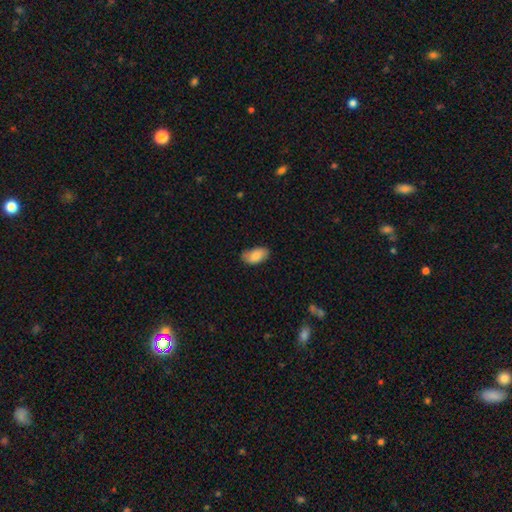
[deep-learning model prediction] smooth_or_featured: smooth (p=0.85) [alt: featured or disk p=0.08]
how_rounded: in between (p=0.94) [alt: round p=0.03]
merging: none (p=0.78) [alt: minor disturbance p=0.18]